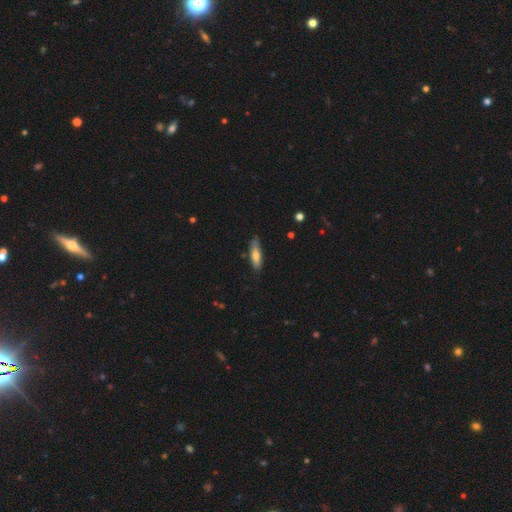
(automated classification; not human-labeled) This is likely a smooth galaxy (70%). How rounded: likely cigar-shaped (64%). Merging: likely none (75%).